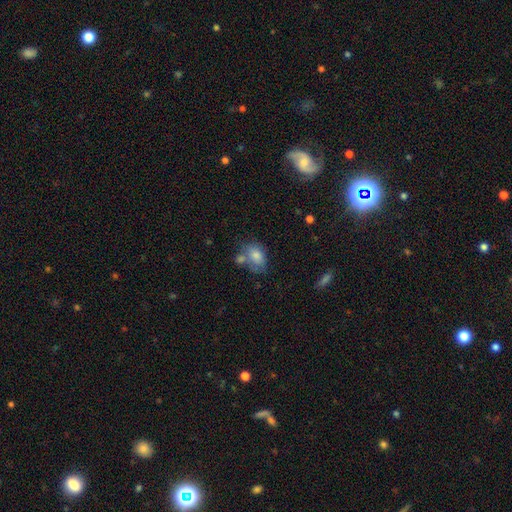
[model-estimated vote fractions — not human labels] This appears to be a smooth galaxy with no disk features (76%) that is in between round and cigar-shaped (80%). Merging: none (41%).